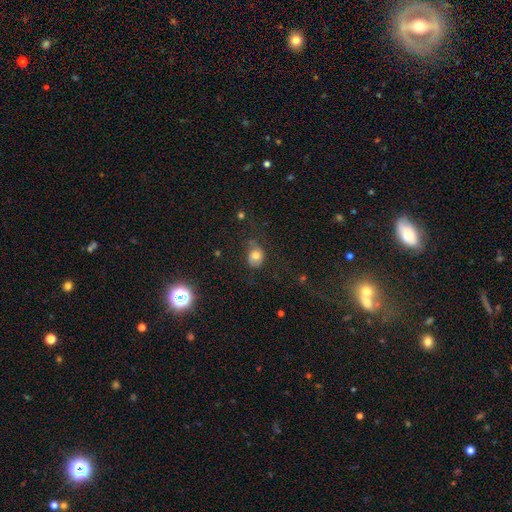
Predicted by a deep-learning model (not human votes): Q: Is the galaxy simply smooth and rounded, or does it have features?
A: smooth — 73%.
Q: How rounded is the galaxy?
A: in between — 54%.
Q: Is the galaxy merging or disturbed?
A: none — 57%.